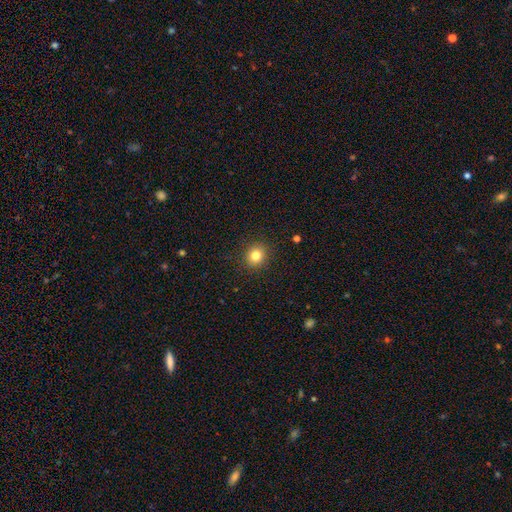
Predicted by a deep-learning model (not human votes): A smooth galaxy with no disk features (82%) that is round (81%).

Vote fractions:
- Smooth or featured? smooth: 82% / star or artifact: 12% / featured or disk: 7%
- How rounded? round: 81% / in between: 18% / cigar-shaped: 1%
- Merging? none: 91% / minor disturbance: 6% / major disturbance: 2% / merger: 1%